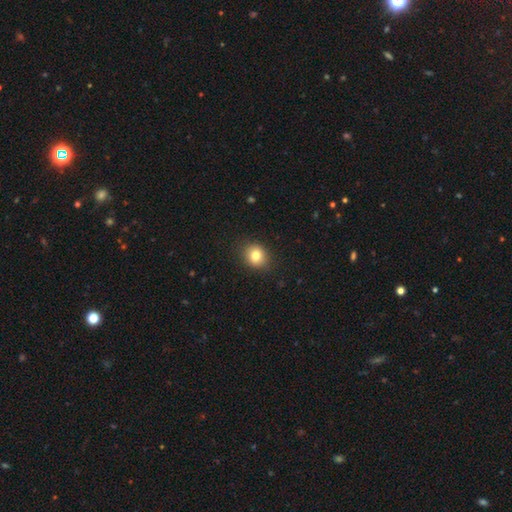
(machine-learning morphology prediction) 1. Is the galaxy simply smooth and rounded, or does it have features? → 81% smooth, 11% star or artifact, 9% featured or disk.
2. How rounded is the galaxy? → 70% round, 29% in between, 1% cigar-shaped.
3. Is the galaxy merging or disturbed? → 88% none, 9% minor disturbance, 2% major disturbance, 1% merger.